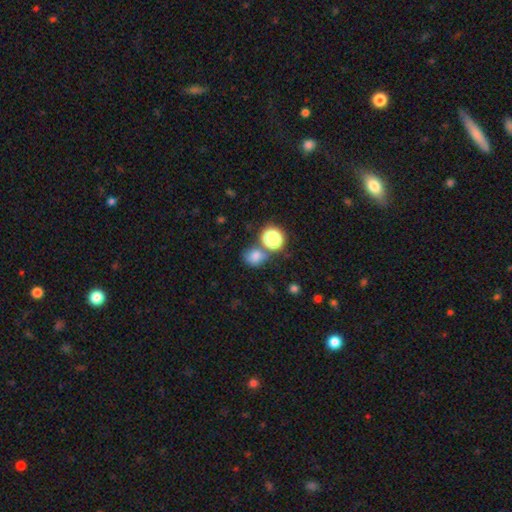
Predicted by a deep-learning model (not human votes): Q: Smooth or featured?
A: smooth (74%); runner-up: star or artifact (19%)
Q: How rounded?
A: round (68%); runner-up: in between (31%)
Q: Merging?
A: none (60%); runner-up: merger (22%)